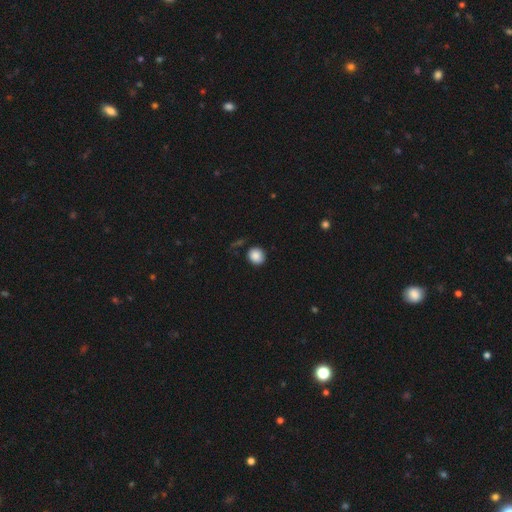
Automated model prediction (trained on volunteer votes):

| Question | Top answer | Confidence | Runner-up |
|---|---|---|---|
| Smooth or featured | smooth | 87% | star or artifact (9%) |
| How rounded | round | 86% | in between (14%) |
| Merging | none | 86% | minor disturbance (10%) |